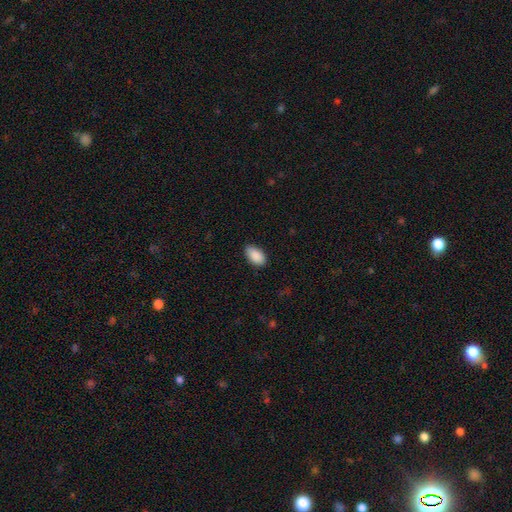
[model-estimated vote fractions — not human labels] This appears to be a smooth galaxy with no disk features (90%) that is in between round and cigar-shaped (95%). Merging: none (82%).